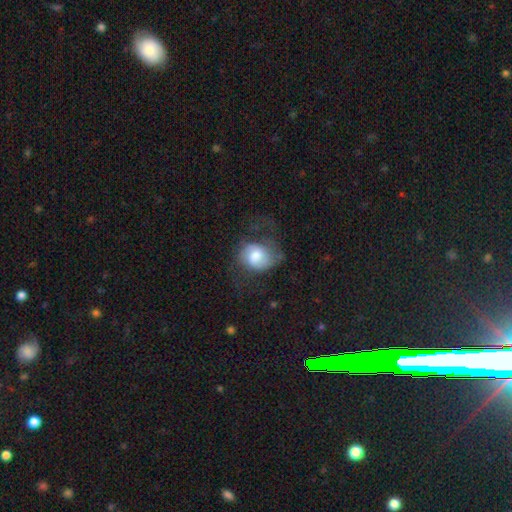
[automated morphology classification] This appears to be a featured or disk galaxy (47%). Merging: none (42%).